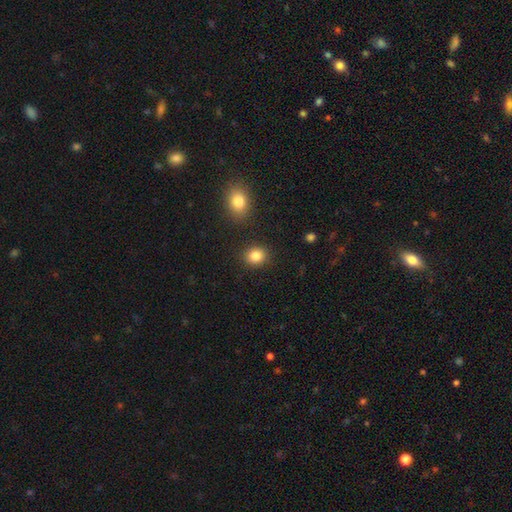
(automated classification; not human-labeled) A smooth galaxy with no disk features (85%) that is round (70%). Merging: none (89%).